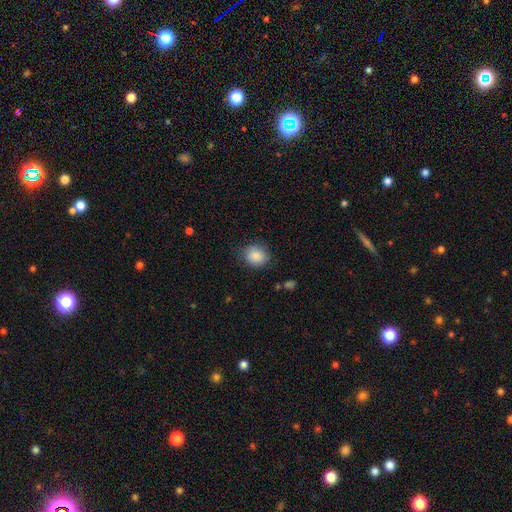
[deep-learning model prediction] Q: Smooth or featured?
A: smooth (87%); runner-up: star or artifact (8%)
Q: How rounded?
A: round (67%); runner-up: in between (32%)
Q: Merging?
A: none (79%); runner-up: minor disturbance (16%)